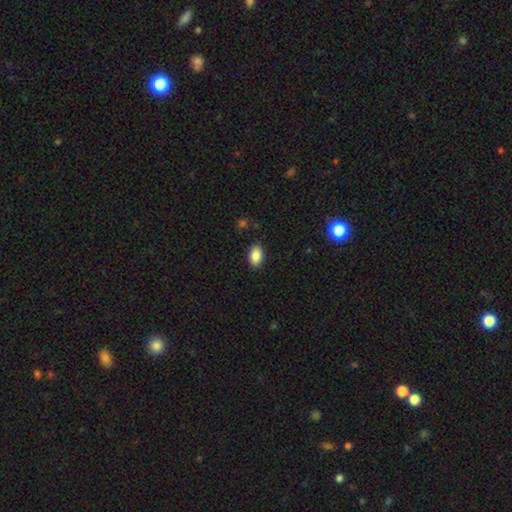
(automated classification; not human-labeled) Smooth or featured: smooth — 87% (star or artifact — 8%)
How rounded: in between — 90% (round — 9%)
Merging: none — 88% (minor disturbance — 9%)